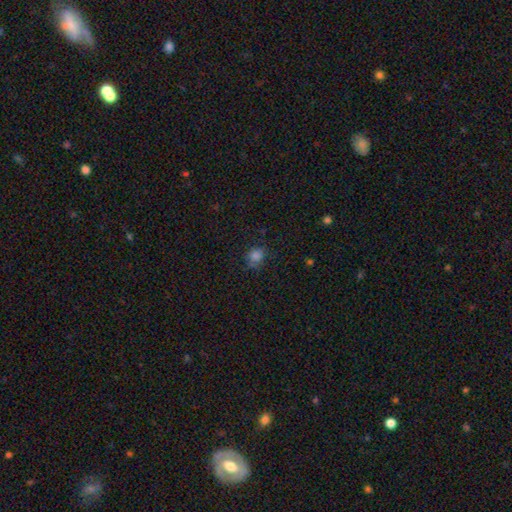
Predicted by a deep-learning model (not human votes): This is likely a smooth galaxy (79%). How rounded: likely round (77%). Merging: likely none (71%).